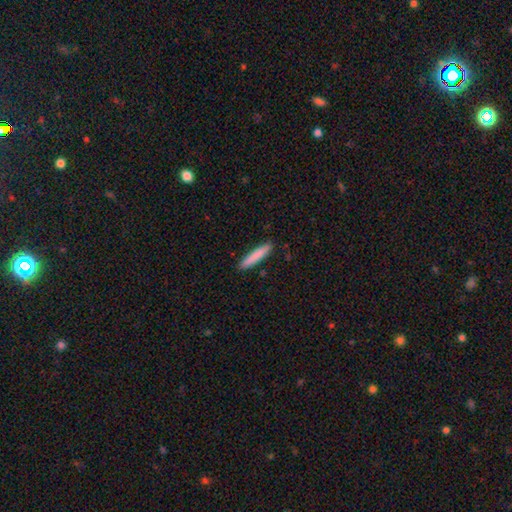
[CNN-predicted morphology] A smooth galaxy with no disk features (83%) that is cigar-shaped (91%). Merging: none (90%).